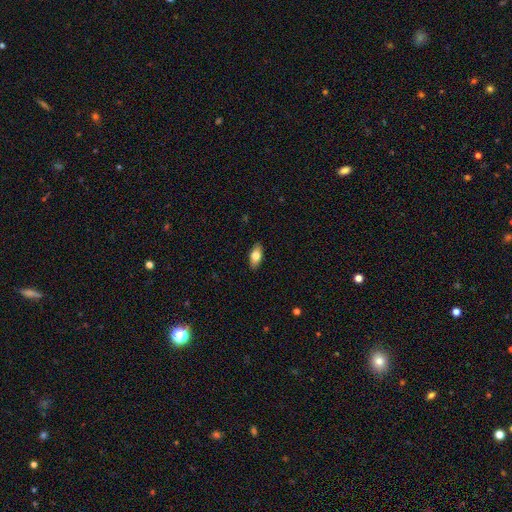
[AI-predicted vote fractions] Overall: smooth (77%). How rounded: in between (89%). Merging: none (89%).